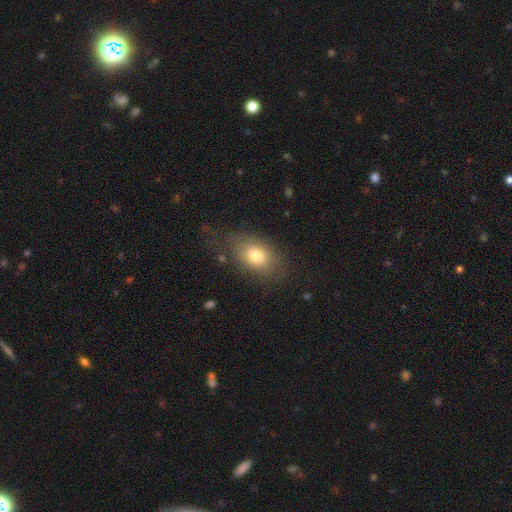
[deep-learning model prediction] Smooth or featured: smooth — 77% (featured or disk — 12%)
How rounded: in between — 73% (round — 25%)
Merging: none — 71% (minor disturbance — 17%)